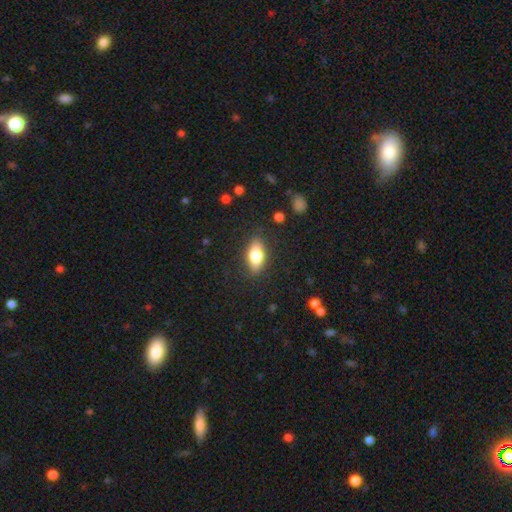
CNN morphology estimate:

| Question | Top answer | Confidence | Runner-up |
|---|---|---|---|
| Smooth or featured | smooth | 74% | featured or disk (19%) |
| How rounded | in between | 82% | cigar-shaped (13%) |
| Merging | none | 84% | minor disturbance (12%) |